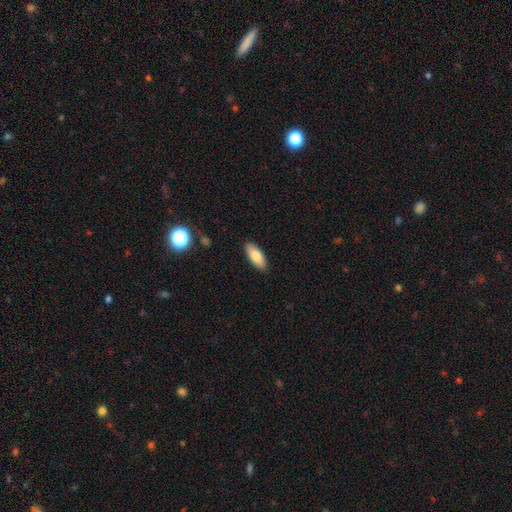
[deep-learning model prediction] Smooth or featured? smooth (82%)
How rounded? in between (84%)
Merging? none (89%)